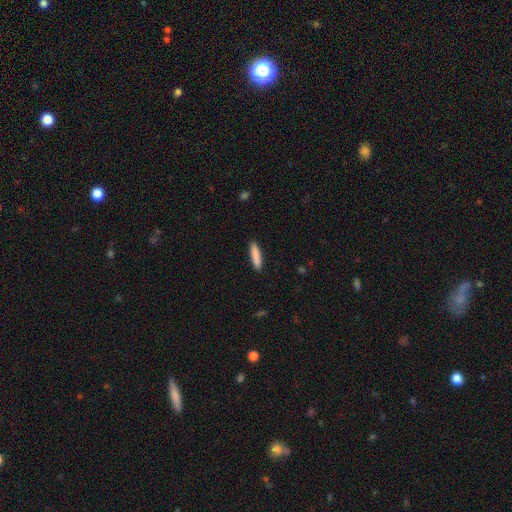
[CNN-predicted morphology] Smooth or featured: smooth — 87% (featured or disk — 7%)
How rounded: cigar-shaped — 86% (in between — 12%)
Merging: none — 91% (minor disturbance — 6%)